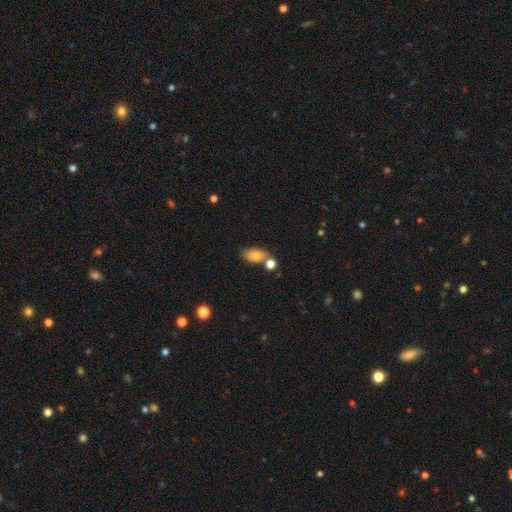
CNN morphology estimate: A smooth galaxy with no disk features (77%) that is in between round and cigar-shaped (86%). Merging: none (61%).